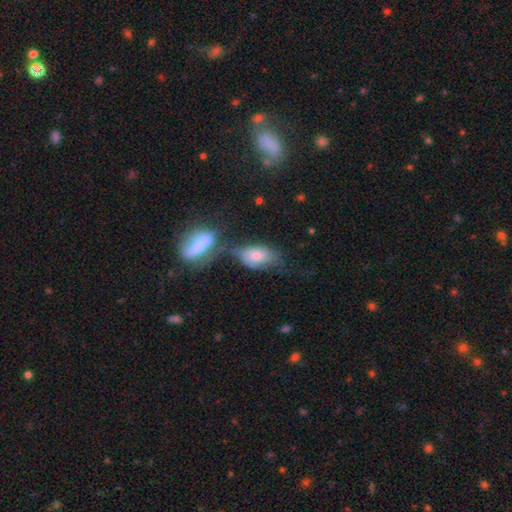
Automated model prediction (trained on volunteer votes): Morphology: type=smooth (66%); roundness=in between (90%); merging=merger (33%).